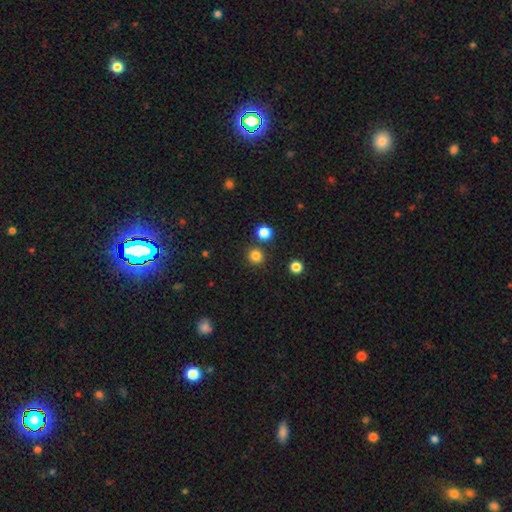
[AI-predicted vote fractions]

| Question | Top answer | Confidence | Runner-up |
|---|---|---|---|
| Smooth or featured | smooth | 83% | star or artifact (14%) |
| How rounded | round | 92% | in between (7%) |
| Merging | none | 85% | merger (7%) |